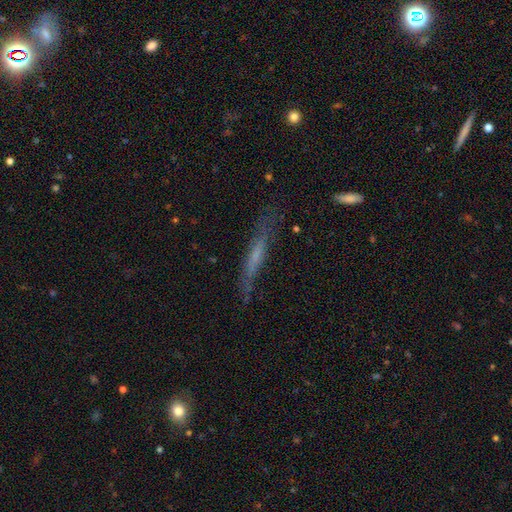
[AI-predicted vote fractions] Q: Smooth or featured?
A: featured or disk (48%); runner-up: smooth (43%)
Q: Merging?
A: none (67%); runner-up: minor disturbance (22%)